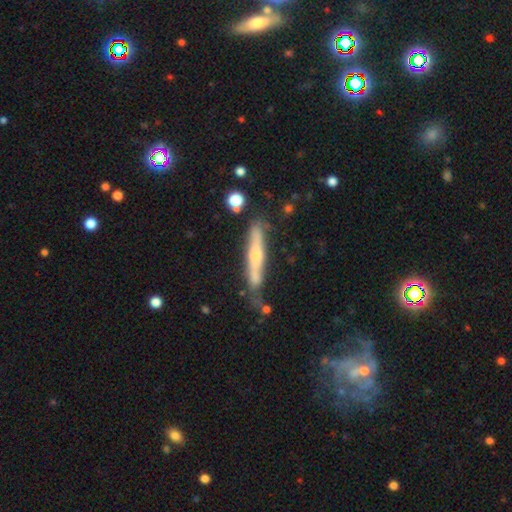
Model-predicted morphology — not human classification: Overall: featured or disk (60%; smooth 34%). Edge-on disk: yes (89%). Edge-on bulge: rounded (73%). Merging: none (65%).